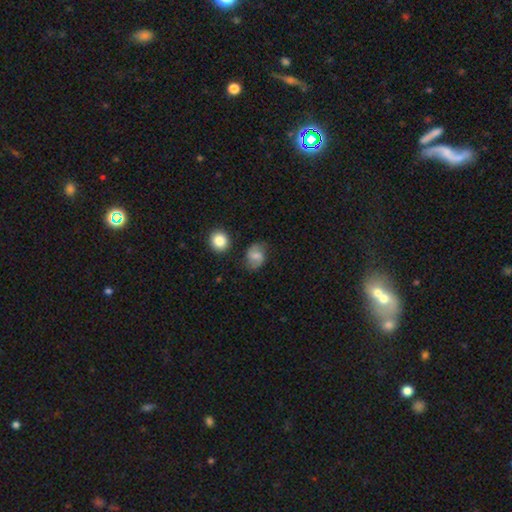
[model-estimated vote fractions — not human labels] This appears to be a smooth galaxy with no disk features (49%). Merging: none (75%).